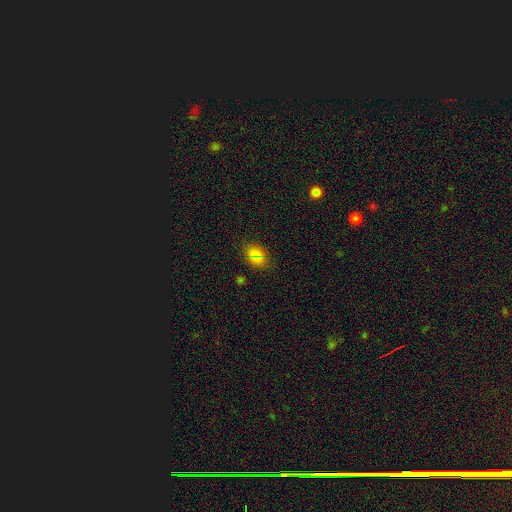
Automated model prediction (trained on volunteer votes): Smooth or featured: smooth — 71% (star or artifact — 21%)
How rounded: in between — 76% (round — 21%)
Merging: none — 84% (minor disturbance — 11%)